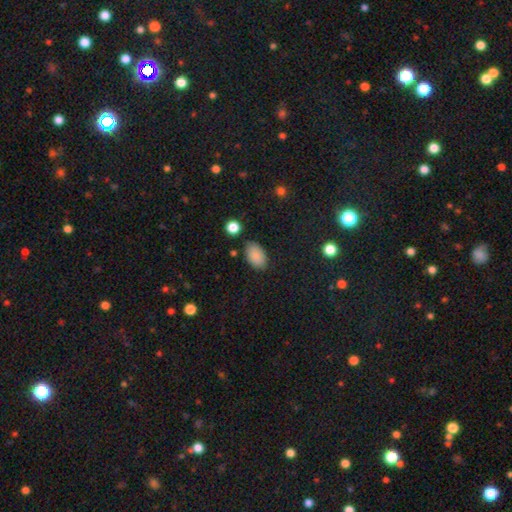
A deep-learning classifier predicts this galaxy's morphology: smooth 87%, star or artifact 9%, featured or disk 4%. Down the decision tree: how rounded — in between (91%); merging — none (81%).